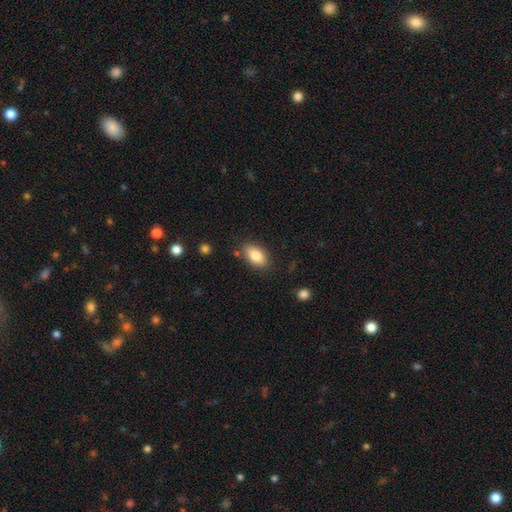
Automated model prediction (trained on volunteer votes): Smooth or featured? smooth (83%)
How rounded? in between (91%)
Merging? none (82%)